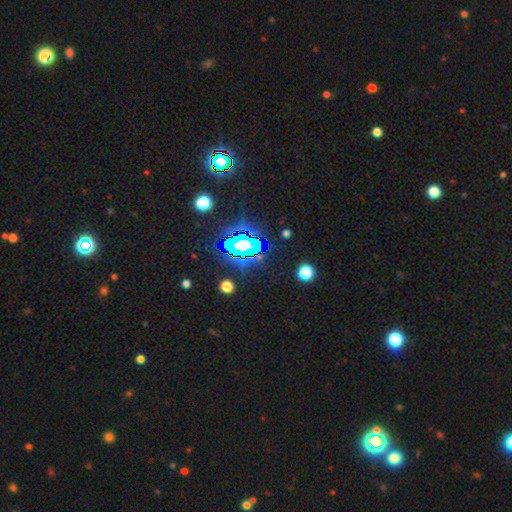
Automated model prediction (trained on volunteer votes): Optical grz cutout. It shows a star or artifact, not a galaxy (70%).